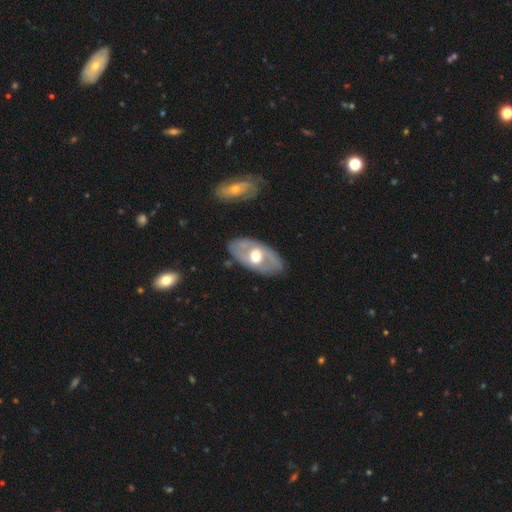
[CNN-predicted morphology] Smooth or featured? featured or disk (63%)
Edge-on disk? no (88%)
Bar? no (64%)
Spiral arms? no (59%)
Bulge size? moderate (71%)
Merging? none (80%)